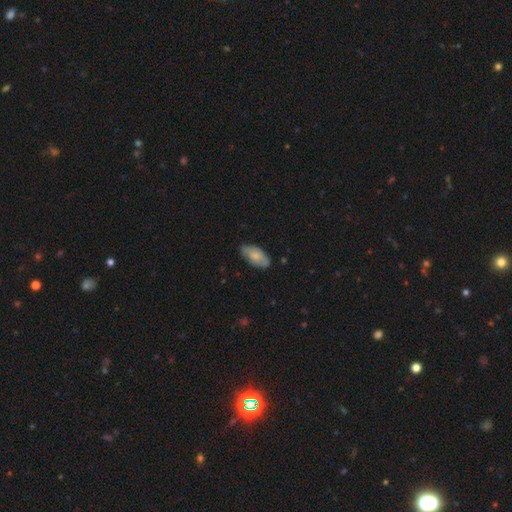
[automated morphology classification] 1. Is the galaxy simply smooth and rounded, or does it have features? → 70% smooth, 24% featured or disk, 6% star or artifact.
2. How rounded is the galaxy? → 92% in between, 5% cigar-shaped, 2% round.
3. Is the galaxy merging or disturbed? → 73% none, 22% minor disturbance, 4% major disturbance, 1% merger.